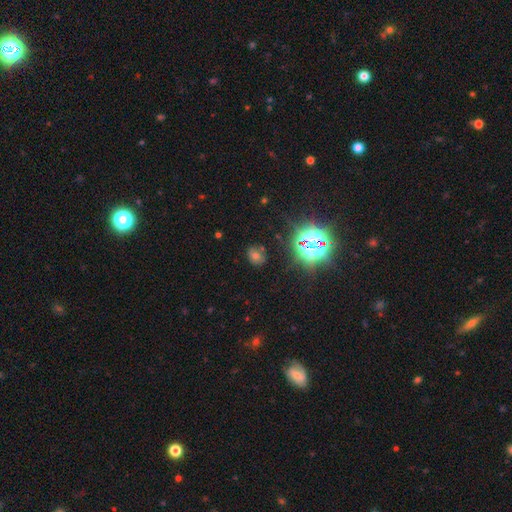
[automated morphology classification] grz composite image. It shows a star or artifact, not a galaxy (49%).